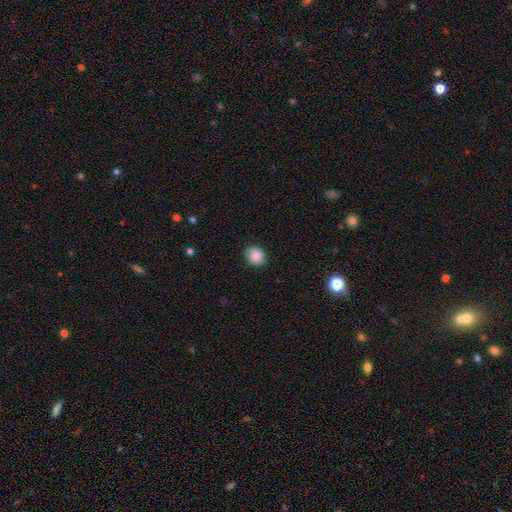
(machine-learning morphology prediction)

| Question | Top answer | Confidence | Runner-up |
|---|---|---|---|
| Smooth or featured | smooth | 86% | star or artifact (8%) |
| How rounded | round | 57% | in between (42%) |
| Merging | none | 86% | minor disturbance (11%) |